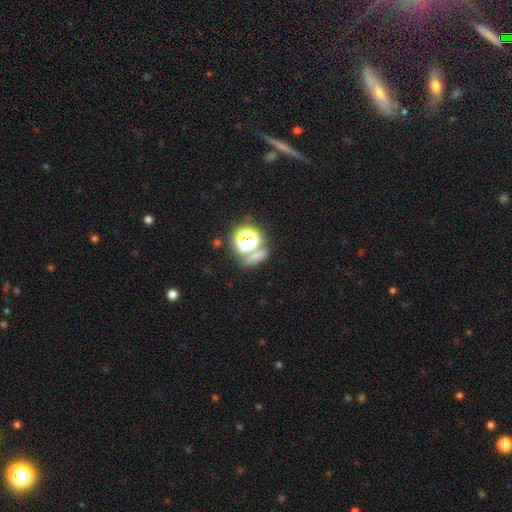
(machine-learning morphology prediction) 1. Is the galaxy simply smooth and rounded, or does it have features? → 47% smooth, 43% star or artifact, 10% featured or disk.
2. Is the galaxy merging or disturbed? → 66% none, 18% merger, 10% minor disturbance, 6% major disturbance.